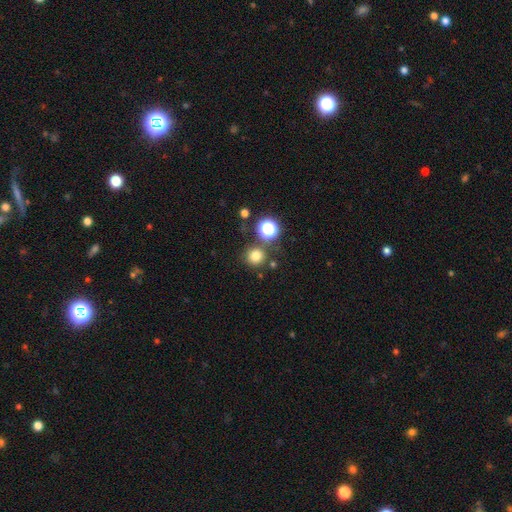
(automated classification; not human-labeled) Q: Smooth or featured?
A: smooth (76%); runner-up: star or artifact (18%)
Q: How rounded?
A: round (93%); runner-up: in between (6%)
Q: Merging?
A: none (80%); runner-up: merger (9%)